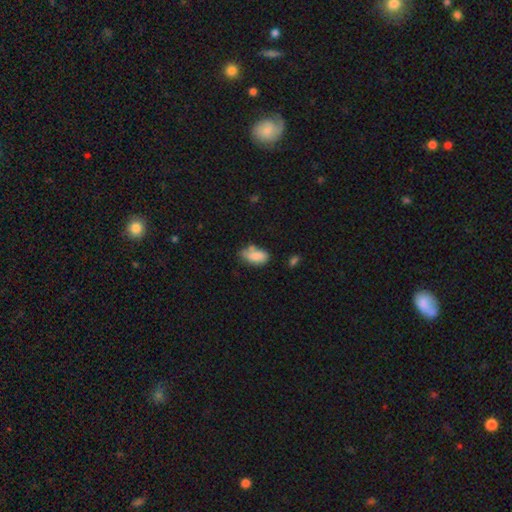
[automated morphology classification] This appears to be a smooth galaxy with no disk features (81%) that is in between round and cigar-shaped (91%). Merging: none (48%).